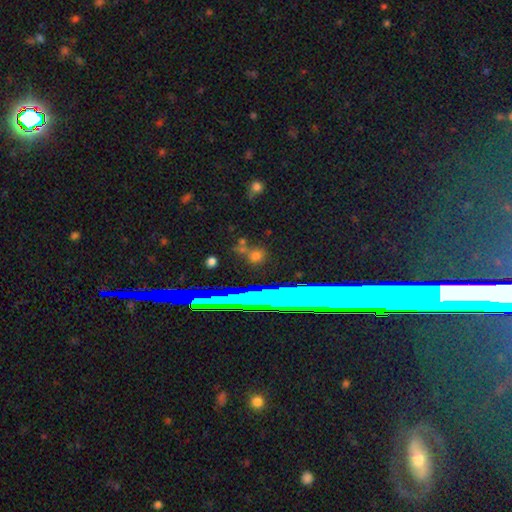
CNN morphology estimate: A smooth galaxy with no disk features (54%) that is round (82%). Merging: none (75%).